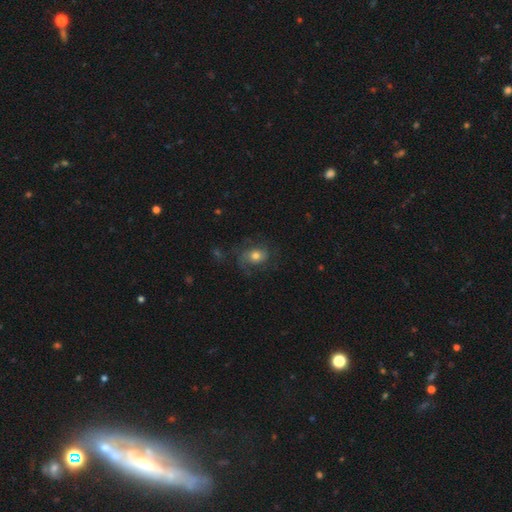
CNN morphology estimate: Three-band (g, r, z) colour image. It shows a featured or disk galaxy (48%). Merging: none (58%).